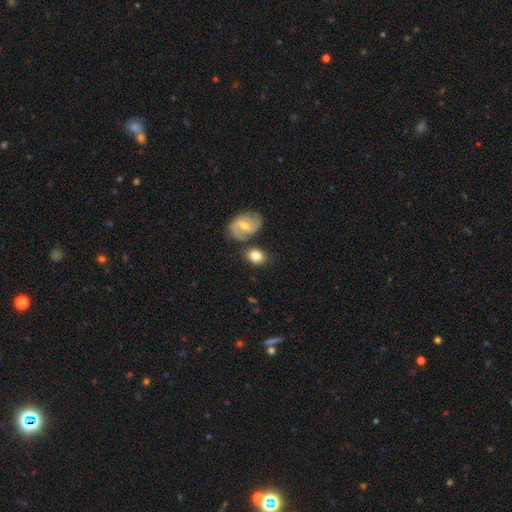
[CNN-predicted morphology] Smooth or featured? Predicted: smooth (p=0.74). How rounded? Predicted: in between (p=0.65). Merging? Predicted: none (p=0.66).